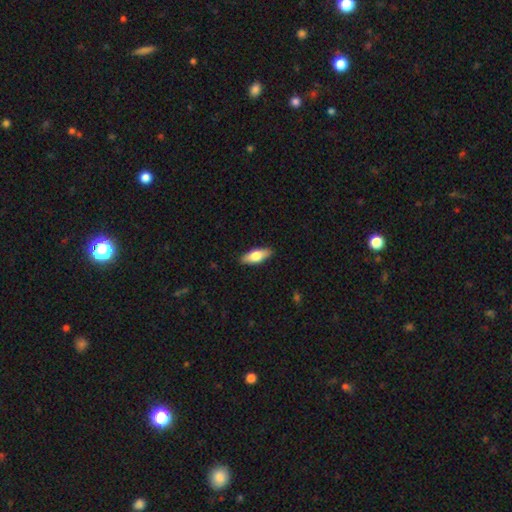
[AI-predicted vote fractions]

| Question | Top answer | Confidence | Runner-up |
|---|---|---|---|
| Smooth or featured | smooth | 68% | featured or disk (26%) |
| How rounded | in between | 71% | cigar-shaped (26%) |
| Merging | none | 89% | minor disturbance (9%) |